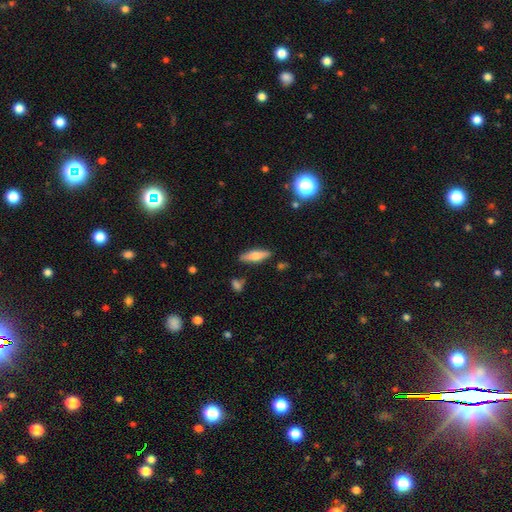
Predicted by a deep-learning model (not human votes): Smooth or featured?
  - smooth: 63% *
  - featured or disk: 29%
  - star or artifact: 7%
How rounded?
  - cigar-shaped: 52% *
  - in between: 46%
  - round: 2%
Merging?
  - none: 83% *
  - minor disturbance: 12%
  - merger: 3%
  - major disturbance: 3%